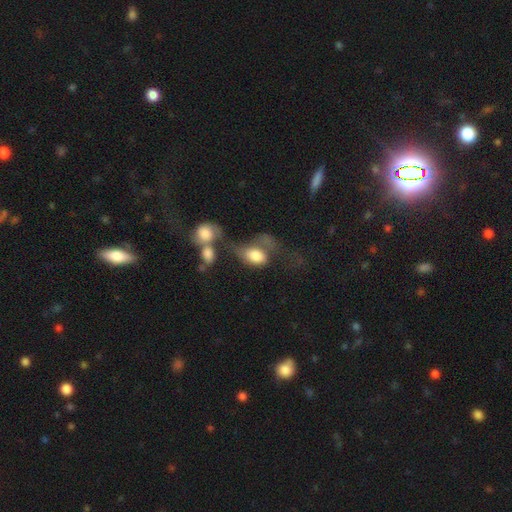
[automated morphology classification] Smooth or featured?
  - smooth: 67% *
  - featured or disk: 24%
  - star or artifact: 9%
How rounded?
  - in between: 81% *
  - round: 17%
  - cigar-shaped: 2%
Merging?
  - merger: 44% *
  - major disturbance: 30%
  - none: 15%
  - minor disturbance: 11%